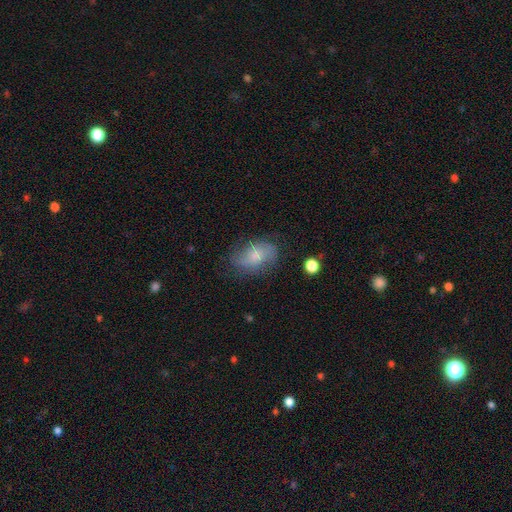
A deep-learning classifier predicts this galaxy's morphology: The model was most divided on "smooth or featured": smooth: 57%, featured or disk: 34%, star or artifact: 9%. More confident: how rounded — in between (84%); merging — none (63%).